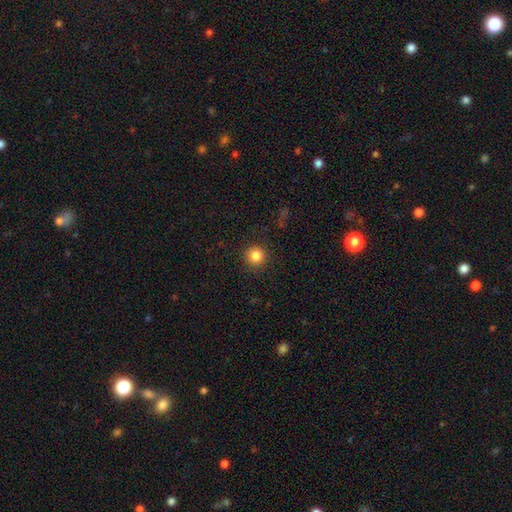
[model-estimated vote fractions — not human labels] smooth_or_featured: smooth (p=0.84) [alt: star or artifact p=0.11]
how_rounded: round (p=0.95) [alt: in between p=0.04]
merging: none (p=0.91) [alt: minor disturbance p=0.06]